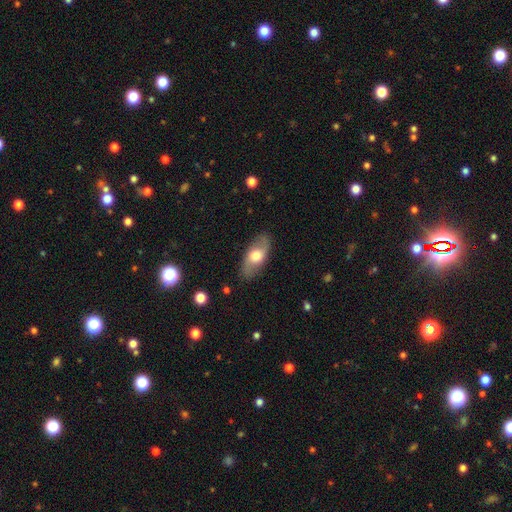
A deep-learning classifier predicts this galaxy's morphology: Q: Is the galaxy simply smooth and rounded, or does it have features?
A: smooth — 48%.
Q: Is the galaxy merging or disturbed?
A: none — 84%.